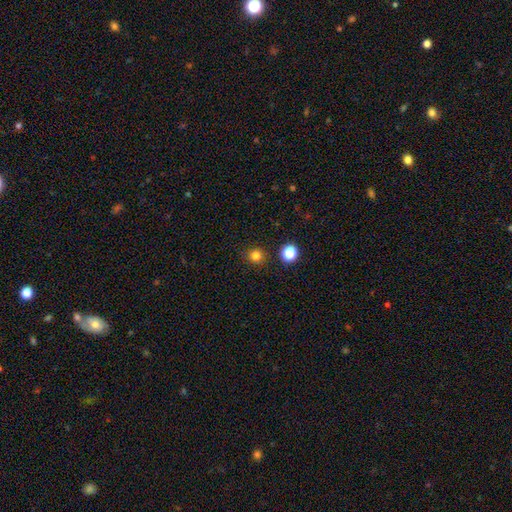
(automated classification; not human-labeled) smooth 80%, star or artifact 15%, featured or disk 5%. Down the decision tree: how rounded — round (92%); merging — none (90%).